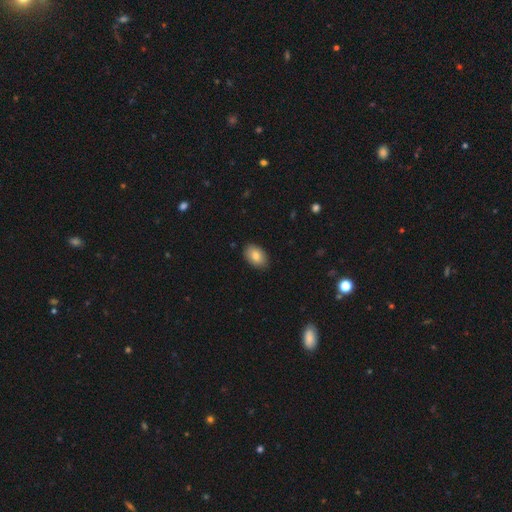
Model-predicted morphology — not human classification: Smooth or featured? Predicted: smooth (p=0.83). How rounded? Predicted: in between (p=0.87). Merging? Predicted: none (p=0.88).